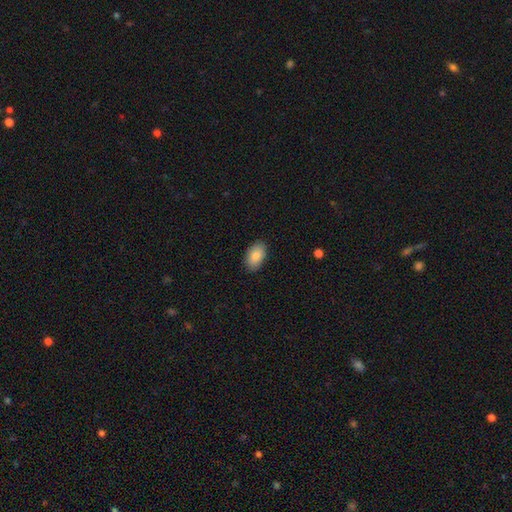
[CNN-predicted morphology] Smooth or featured? Predicted: smooth (p=0.84). How rounded? Predicted: in between (p=0.93). Merging? Predicted: none (p=0.87).